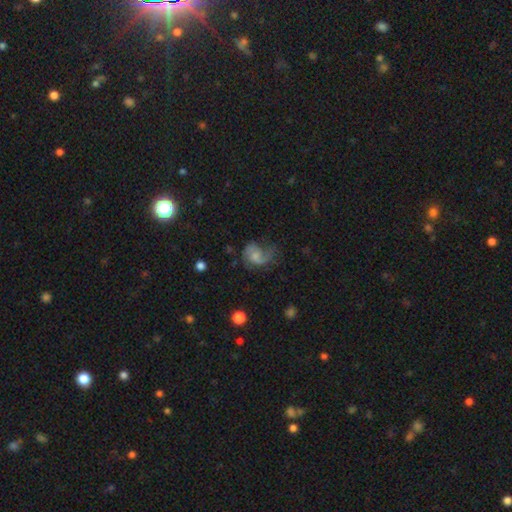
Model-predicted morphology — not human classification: Smooth or featured? Predicted: featured or disk (p=0.63). Edge-on disk? Predicted: no (p=0.98). Bar? Predicted: no (p=0.65). Spiral arms? Predicted: yes (p=0.89). Spiral winding? Predicted: loose (p=0.46). Spiral arm count? Predicted: 2 (p=0.61). Bulge size? Predicted: small (p=0.45). Merging? Predicted: none (p=0.40).